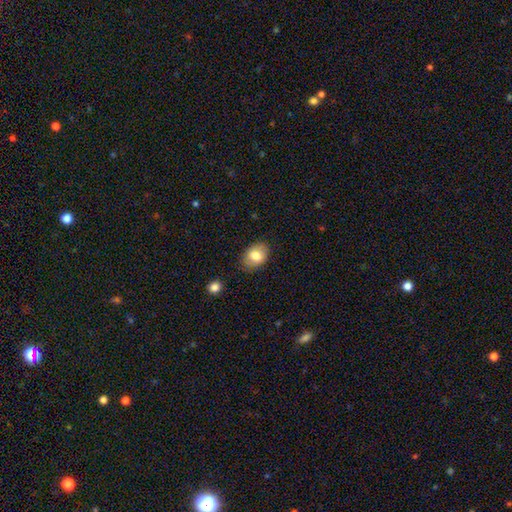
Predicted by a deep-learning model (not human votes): Smooth or featured? Predicted: smooth (p=0.79). How rounded? Predicted: in between (p=0.74). Merging? Predicted: none (p=0.82).